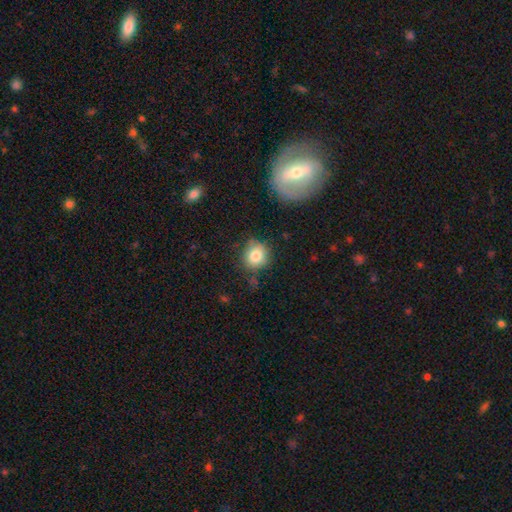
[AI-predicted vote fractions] This is clearly a smooth galaxy (81%). How rounded: clearly round (86%). Merging: likely none (74%).